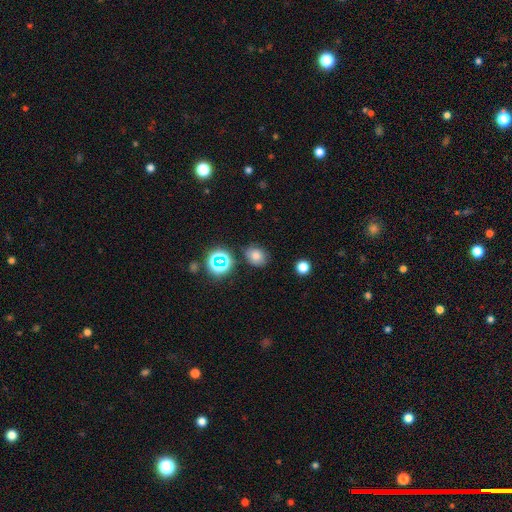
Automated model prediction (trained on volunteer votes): Morphology: type=smooth (72%); roundness=round (56%); merging=none (79%).